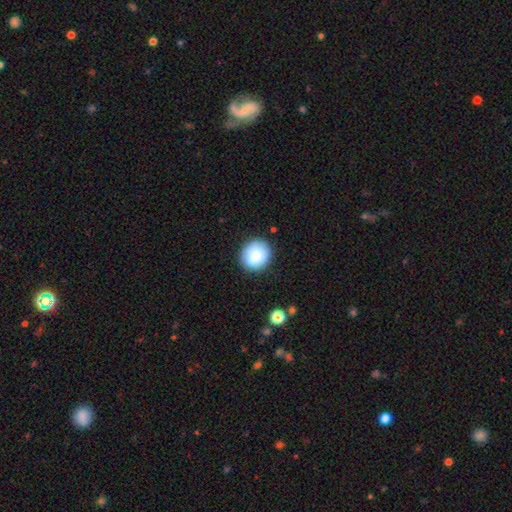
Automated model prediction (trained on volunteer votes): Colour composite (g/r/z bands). It shows a smooth galaxy with no disk features (85%) that is round (80%). Merging: none (86%).